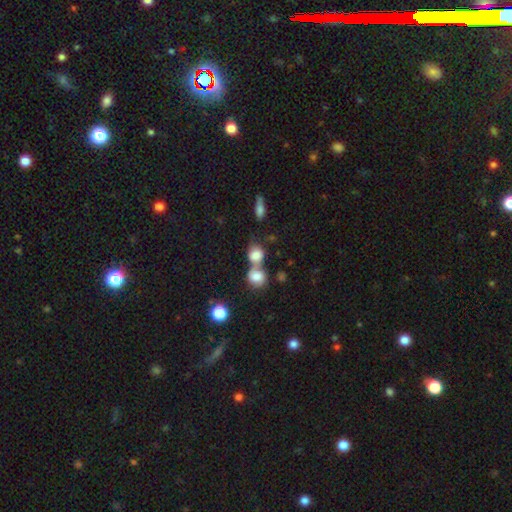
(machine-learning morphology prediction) type=smooth (80%); roundness=round (63%); merging=merger (60%).